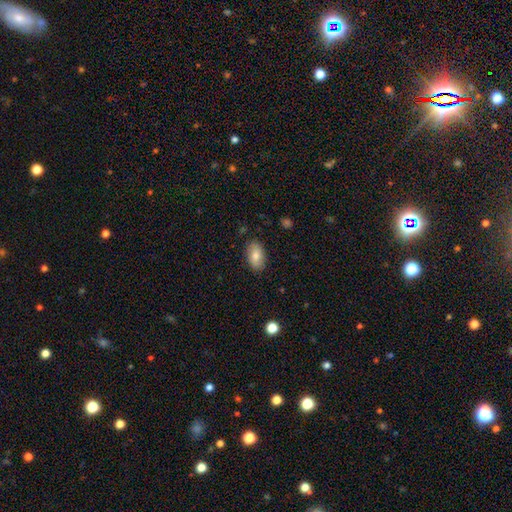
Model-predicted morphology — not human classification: Smooth or featured: smooth — 79% (featured or disk — 14%)
How rounded: in between — 93% (round — 5%)
Merging: none — 85% (minor disturbance — 11%)